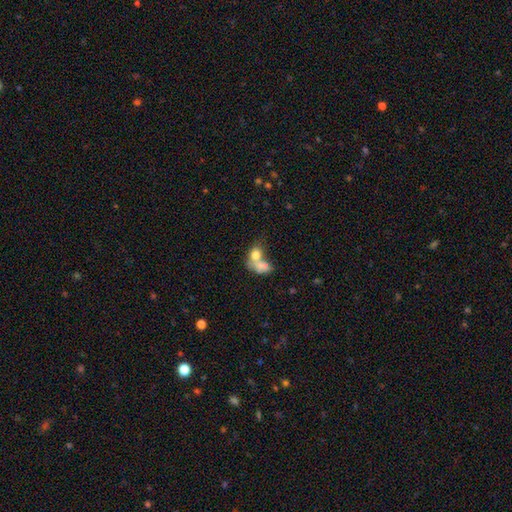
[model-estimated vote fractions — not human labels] This is likely a smooth galaxy (68%). How rounded: likely in between (64%). Merging: likely merger (68%).